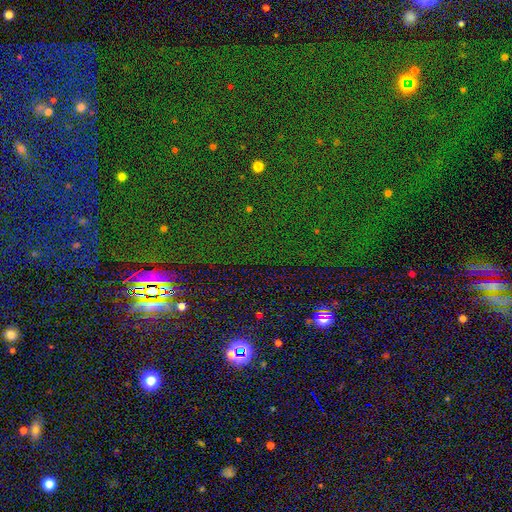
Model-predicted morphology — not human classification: smooth_or_featured: star or artifact (p=0.83) [alt: smooth p=0.10]